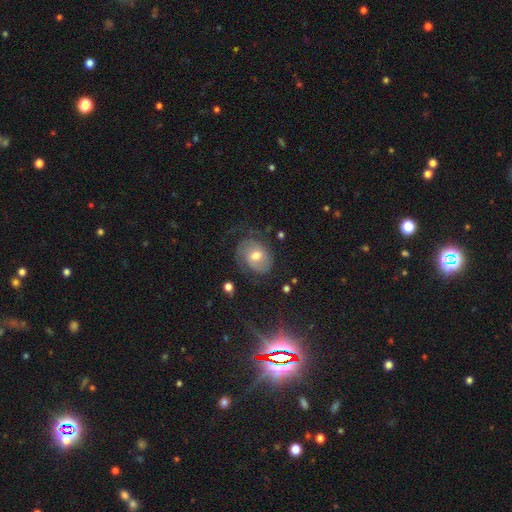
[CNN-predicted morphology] featured or disk 60%, smooth 30%, star or artifact 10%. Down the decision tree: edge-on disk — no (96%); bar — no (56%); spiral arms — yes (82%); bulge size — moderate (72%); merging — none (58%).